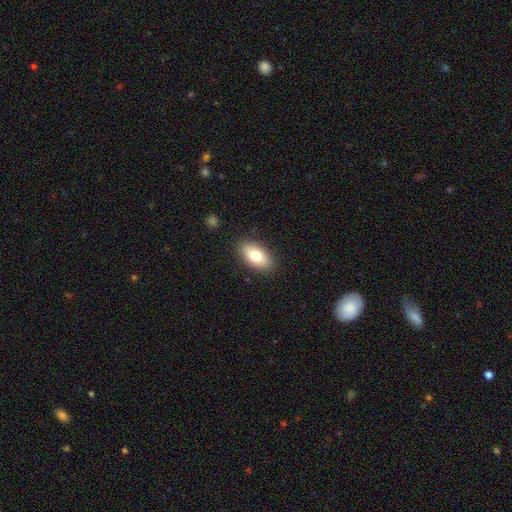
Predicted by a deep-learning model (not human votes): A smooth galaxy with no disk features (74%) that is in between round and cigar-shaped (90%). Merging: none (88%).